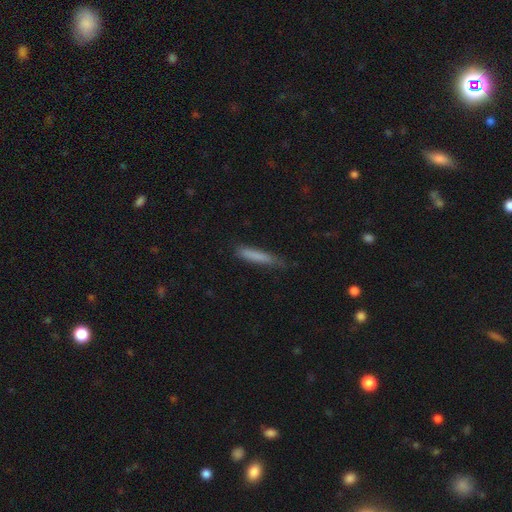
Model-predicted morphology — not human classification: smooth_or_featured: smooth (p=0.79) [alt: featured or disk p=0.14]
how_rounded: cigar-shaped (p=0.92) [alt: in between p=0.07]
merging: none (p=0.68) [alt: minor disturbance p=0.25]